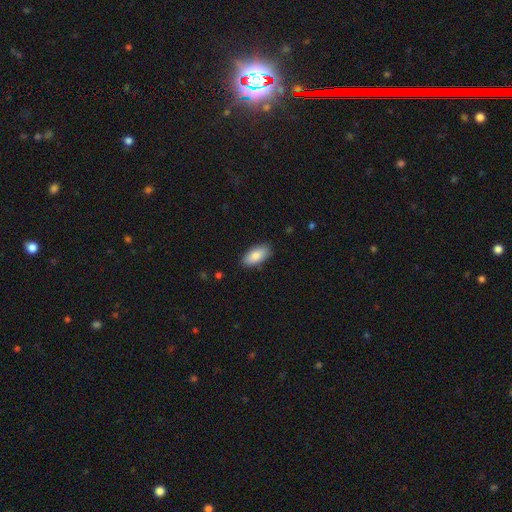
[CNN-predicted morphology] Smooth or featured? smooth (85%)
How rounded? in between (91%)
Merging? none (87%)